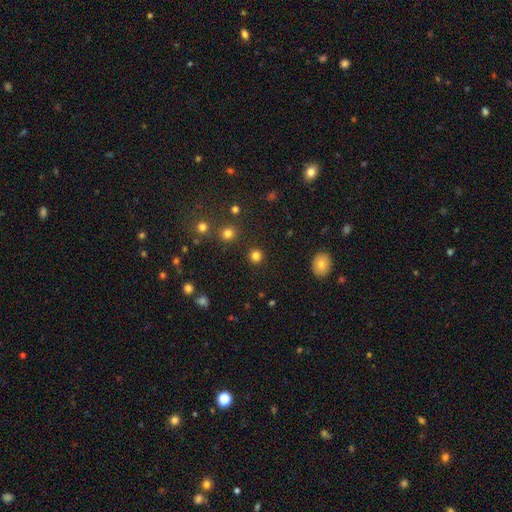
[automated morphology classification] Smooth or featured: smooth — 81% (star or artifact — 15%)
How rounded: round — 93% (in between — 6%)
Merging: none — 89% (minor disturbance — 6%)